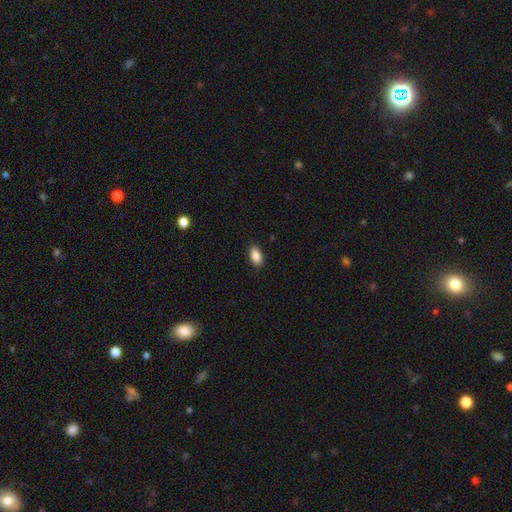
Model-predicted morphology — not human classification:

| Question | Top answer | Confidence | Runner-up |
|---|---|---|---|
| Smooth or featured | smooth | 89% | star or artifact (8%) |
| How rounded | in between | 93% | round (4%) |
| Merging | none | 88% | minor disturbance (9%) |